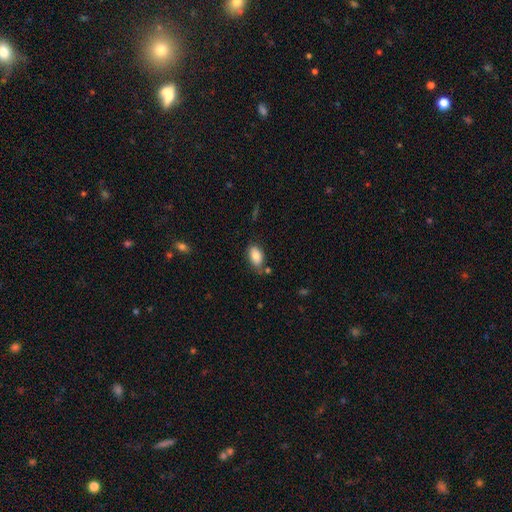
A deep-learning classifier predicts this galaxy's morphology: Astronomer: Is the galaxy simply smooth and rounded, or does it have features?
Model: smooth — 85%.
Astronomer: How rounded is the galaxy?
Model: in between — 92%.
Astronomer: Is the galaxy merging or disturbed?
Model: none — 70%.